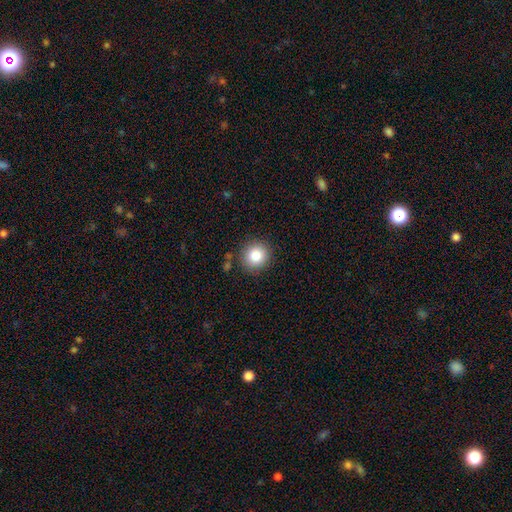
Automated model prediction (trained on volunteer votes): The model was most divided on "smooth or featured": smooth: 84%, star or artifact: 10%, featured or disk: 6%. More confident: how rounded — round (89%); merging — none (87%).